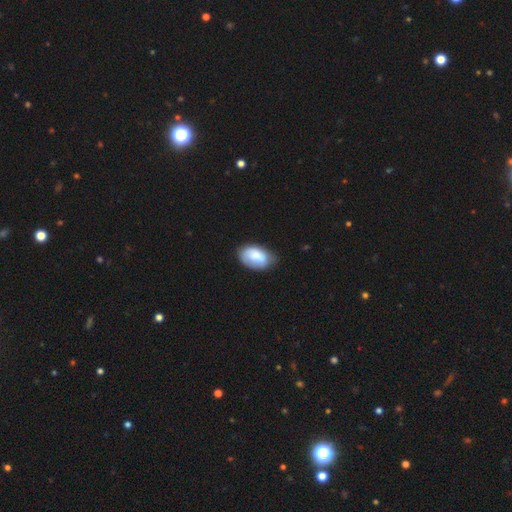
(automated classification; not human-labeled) Q: Smooth or featured?
A: smooth (79%); runner-up: featured or disk (15%)
Q: How rounded?
A: in between (90%); runner-up: round (8%)
Q: Merging?
A: none (61%); runner-up: minor disturbance (30%)